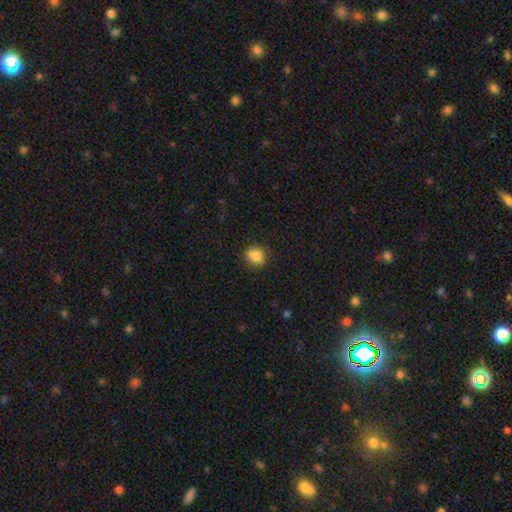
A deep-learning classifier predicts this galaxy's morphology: type=smooth (83%); roundness=round (69%); merging=none (78%).